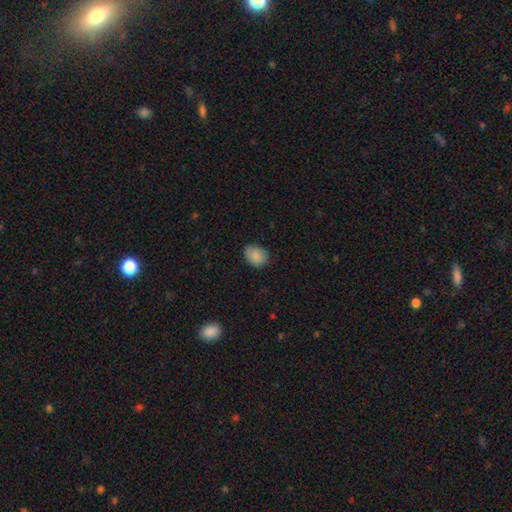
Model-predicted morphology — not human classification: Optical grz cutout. It shows a smooth galaxy with no disk features (86%) that is in between round and cigar-shaped (54%). Merging: none (80%).